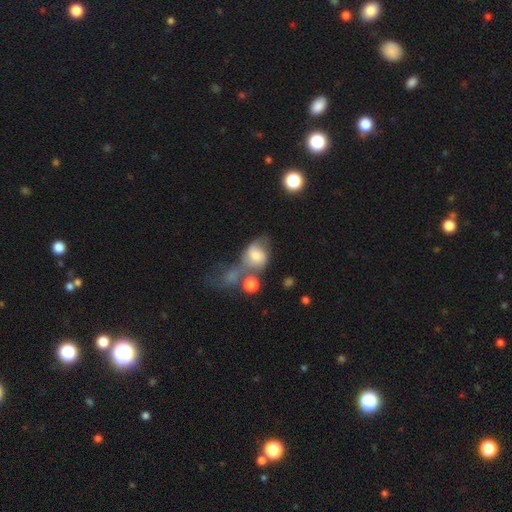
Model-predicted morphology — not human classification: This is possibly a smooth galaxy (51%). How rounded: possibly in between (55%). Merging: marginally merger (34%).